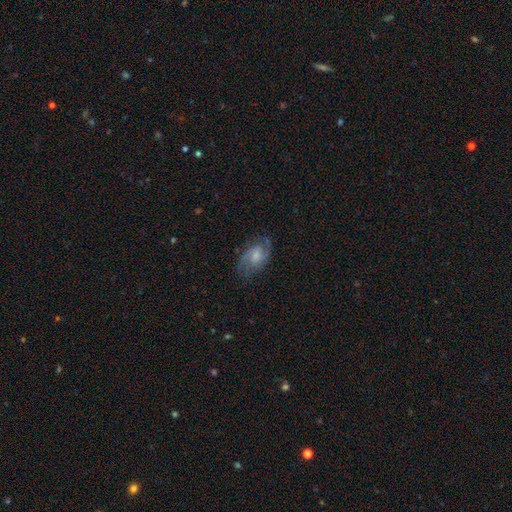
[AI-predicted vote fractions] This is likely a featured or disk galaxy (73%). It is clearly not viewed edge-on (97%). Bar: possibly no (47%). Spiral arm pattern: clearly yes (93%). Spiral arm count: likely 2 (73%). Spiral winding: possibly medium (51%). Central bulge: marginally moderate (43%). Merging: likely none (72%).